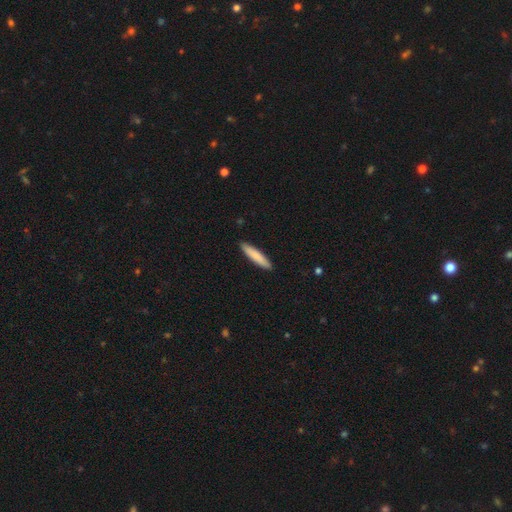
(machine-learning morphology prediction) type=smooth (83%); roundness=cigar-shaped (87%); merging=none (91%).